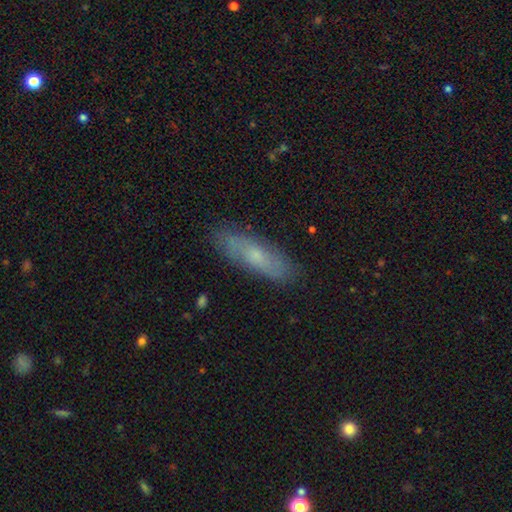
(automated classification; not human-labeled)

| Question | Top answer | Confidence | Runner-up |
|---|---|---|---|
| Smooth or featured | smooth | 52% | featured or disk (40%) |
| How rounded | cigar-shaped | 58% | in between (40%) |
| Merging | none | 83% | minor disturbance (13%) |